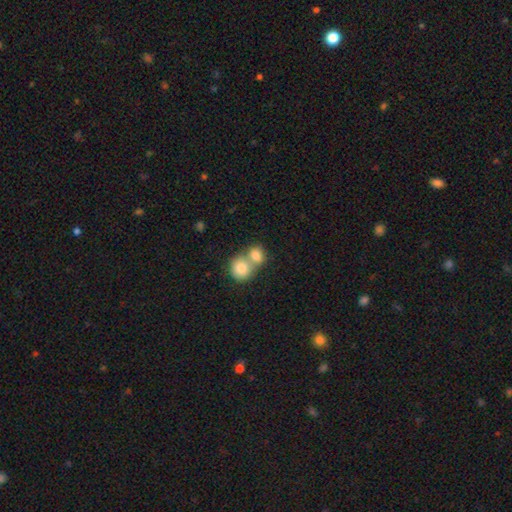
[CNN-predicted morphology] A smooth galaxy with no disk features (81%) that is round (69%).

Vote fractions:
- Smooth or featured? smooth: 81% / featured or disk: 11% / star or artifact: 8%
- How rounded? round: 69% / in between: 30% / cigar-shaped: 1%
- Merging? merger: 66% / none: 26% / minor disturbance: 5% / major disturbance: 2%